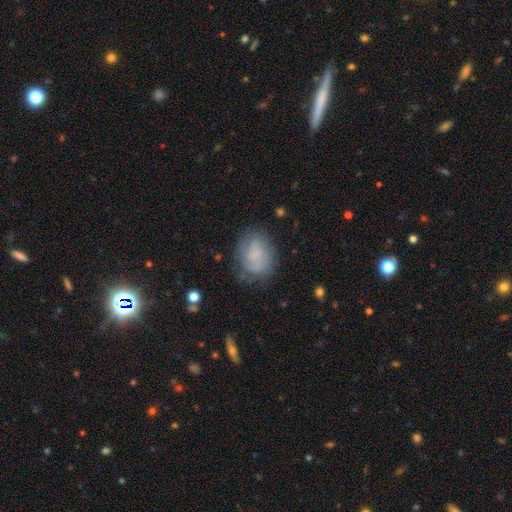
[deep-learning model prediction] Q: Smooth or featured?
A: smooth (56%); runner-up: featured or disk (34%)
Q: How rounded?
A: in between (66%); runner-up: round (33%)
Q: Merging?
A: none (67%); runner-up: minor disturbance (22%)